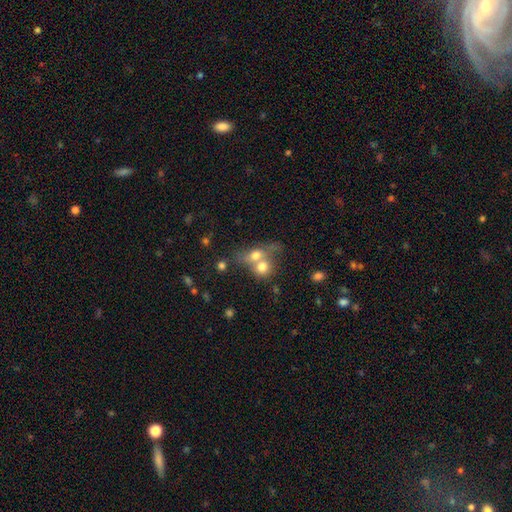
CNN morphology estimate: Smooth or featured? Predicted: smooth (p=0.68). How rounded? Predicted: round (p=0.49). Merging? Predicted: merger (p=0.70).